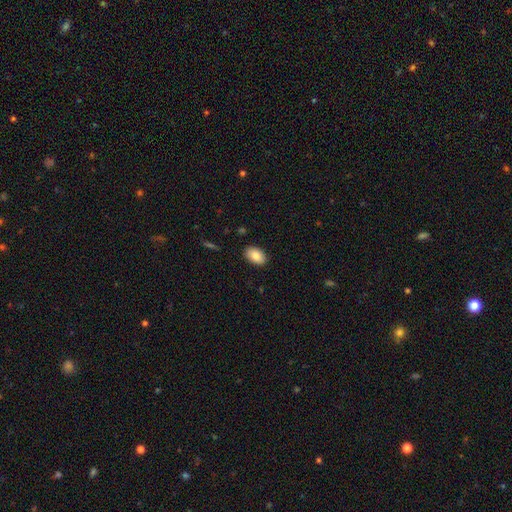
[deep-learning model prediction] Q: Smooth or featured?
A: smooth (87%); runner-up: star or artifact (7%)
Q: How rounded?
A: in between (92%); runner-up: round (7%)
Q: Merging?
A: none (87%); runner-up: minor disturbance (9%)